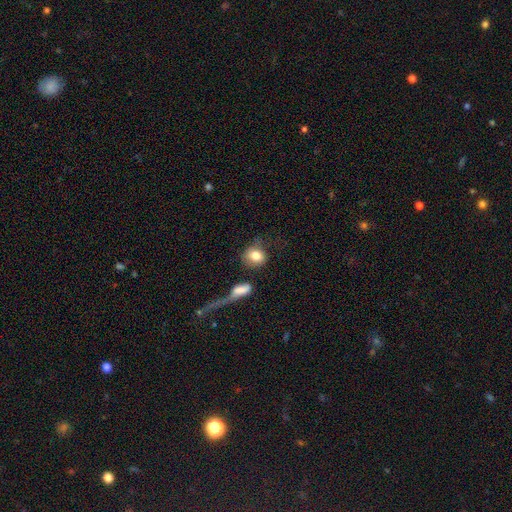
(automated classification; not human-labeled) smooth_or_featured: smooth (p=0.81) [alt: featured or disk p=0.12]
how_rounded: round (p=0.62) [alt: in between p=0.36]
merging: none (p=0.43) [alt: major disturbance p=0.20]